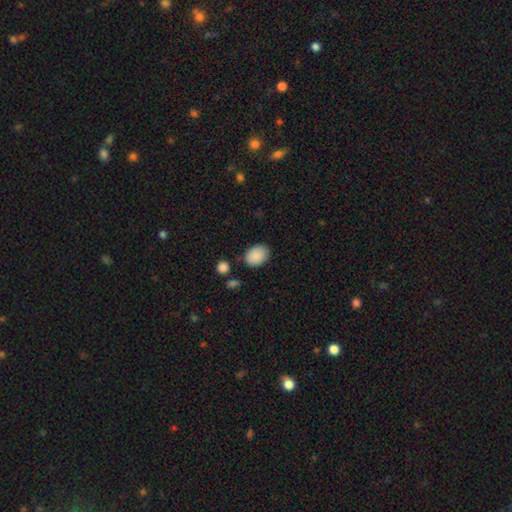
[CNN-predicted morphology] This is clearly a smooth galaxy (89%). How rounded: likely in between (75%). Merging: likely none (79%).